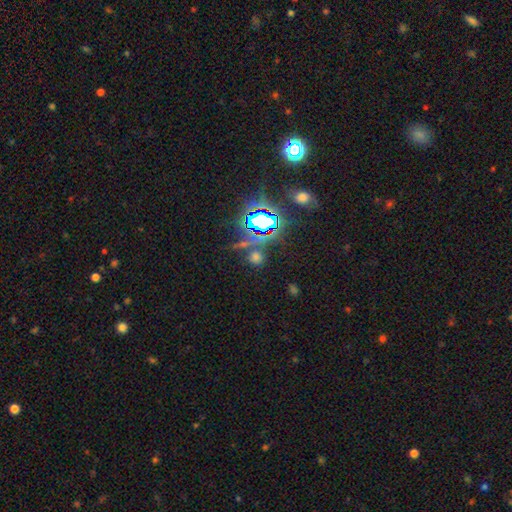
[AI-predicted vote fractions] Smooth or featured? star or artifact (61%)